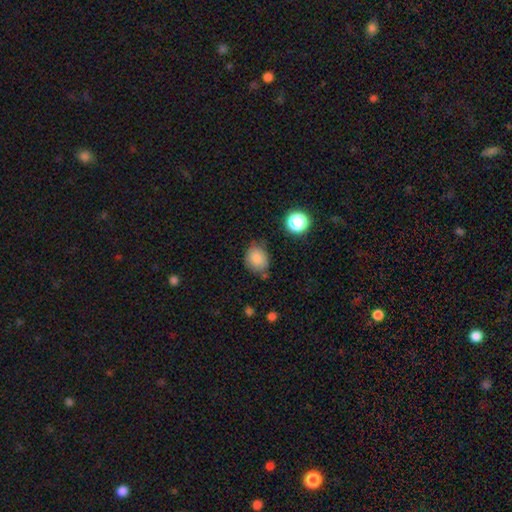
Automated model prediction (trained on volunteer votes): Smooth or featured? smooth (83%)
How rounded? round (57%)
Merging? none (72%)